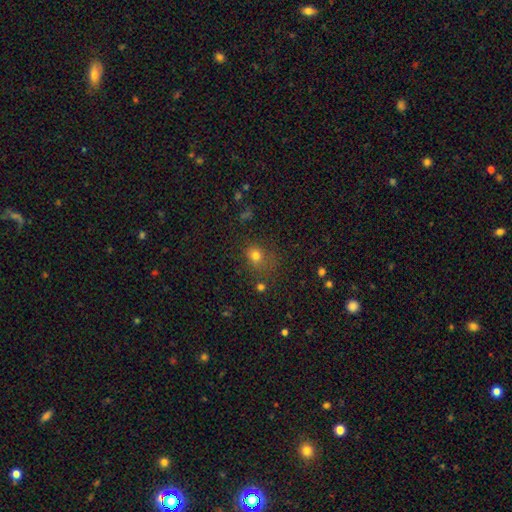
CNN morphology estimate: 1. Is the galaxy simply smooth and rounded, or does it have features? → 75% smooth, 17% star or artifact, 9% featured or disk.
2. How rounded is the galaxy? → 68% round, 31% in between, 1% cigar-shaped.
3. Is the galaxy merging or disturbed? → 65% none, 19% minor disturbance, 10% major disturbance, 6% merger.